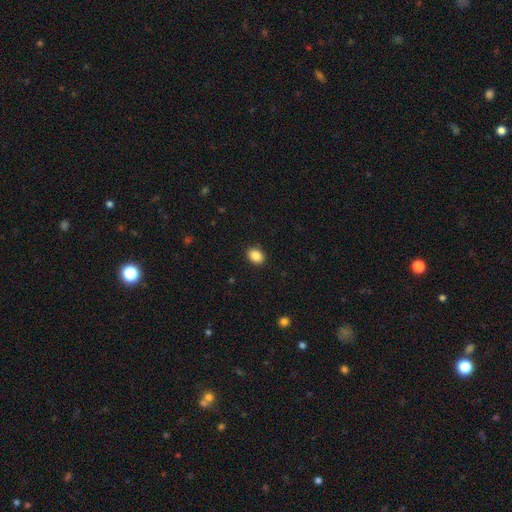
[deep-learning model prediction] A smooth galaxy with no disk features (87%) that is in between round and cigar-shaped (61%).

Vote fractions:
- Smooth or featured? smooth: 87% / star or artifact: 9% / featured or disk: 4%
- How rounded? in between: 61% / round: 38% / cigar-shaped: 1%
- Merging? none: 90% / minor disturbance: 7% / major disturbance: 2% / merger: 1%